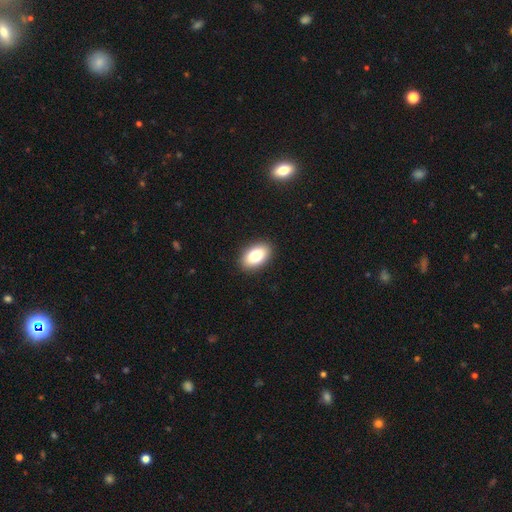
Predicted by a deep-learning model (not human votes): This is clearly a smooth galaxy (81%). How rounded: clearly in between (91%). Merging: clearly none (90%).